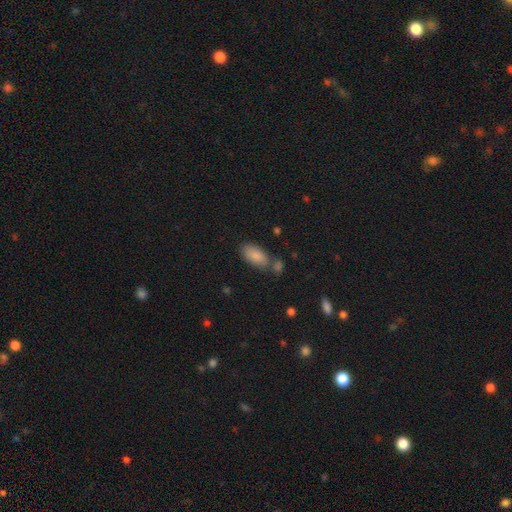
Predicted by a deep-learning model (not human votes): Smooth or featured: smooth — 87% (star or artifact — 7%)
How rounded: in between — 91% (cigar-shaped — 6%)
Merging: none — 63% (merger — 17%)